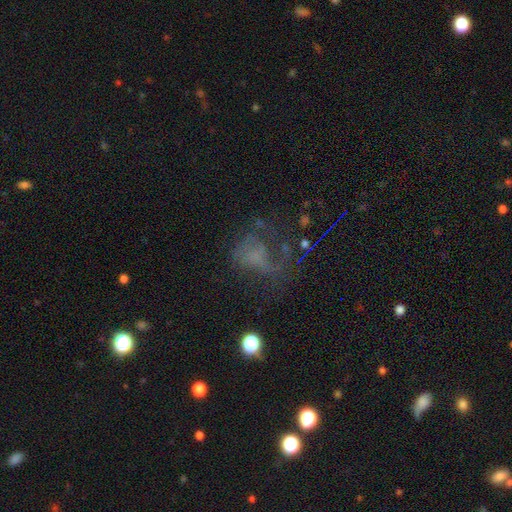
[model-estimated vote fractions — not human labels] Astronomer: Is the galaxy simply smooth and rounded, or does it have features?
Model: featured or disk — 42% (runner-up: smooth, 31%).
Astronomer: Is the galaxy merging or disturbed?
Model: major disturbance — 45% (runner-up: none, 34%).